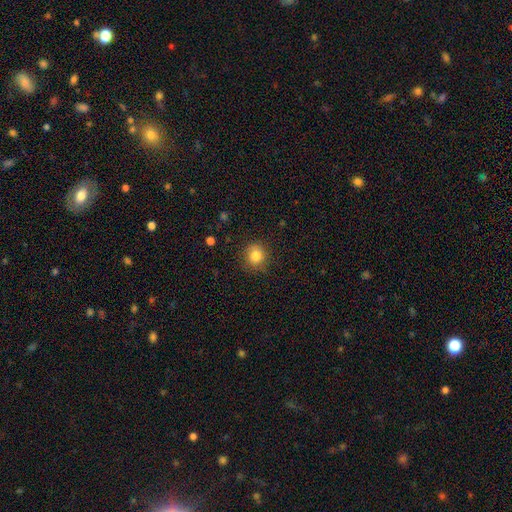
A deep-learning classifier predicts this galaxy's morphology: This appears to be a smooth galaxy with no disk features (83%) that is round (86%). Merging: none (85%).